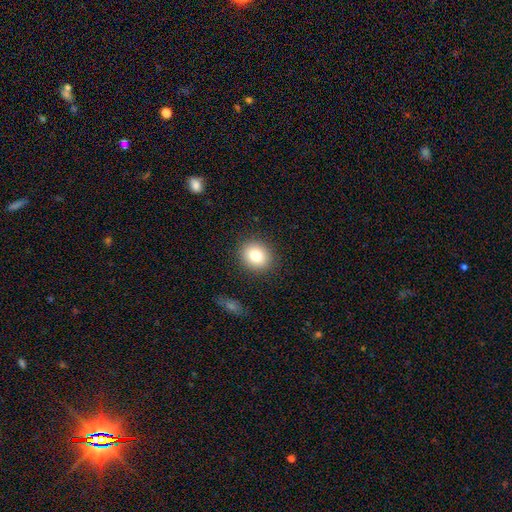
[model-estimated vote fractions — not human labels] smooth 80%, star or artifact 10%, featured or disk 10%. Down the decision tree: how rounded — round (71%); merging — none (88%).